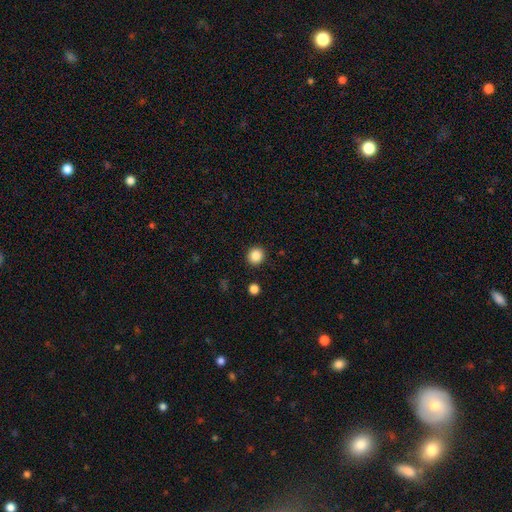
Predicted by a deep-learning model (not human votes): Q: Smooth or featured?
A: smooth (86%); runner-up: star or artifact (10%)
Q: How rounded?
A: round (92%); runner-up: in between (7%)
Q: Merging?
A: none (91%); runner-up: minor disturbance (5%)